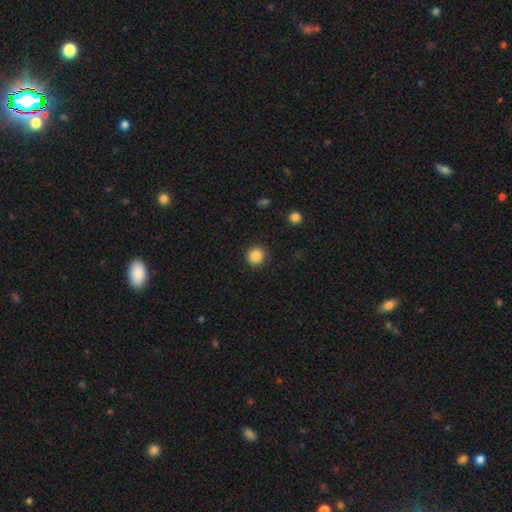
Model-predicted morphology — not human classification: A smooth galaxy with no disk features (86%) that is round (92%).

Vote fractions:
- Smooth or featured? smooth: 86% / star or artifact: 10% / featured or disk: 4%
- How rounded? round: 92% / in between: 7% / cigar-shaped: 1%
- Merging? none: 91% / minor disturbance: 6% / major disturbance: 2% / merger: 1%